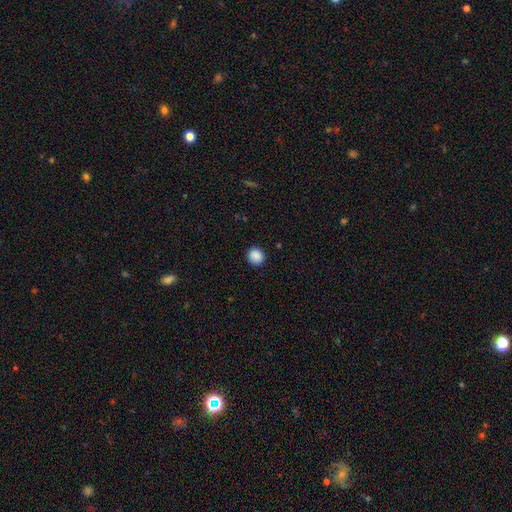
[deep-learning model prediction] This is clearly a smooth galaxy (88%). How rounded: clearly round (85%). Merging: clearly none (90%).